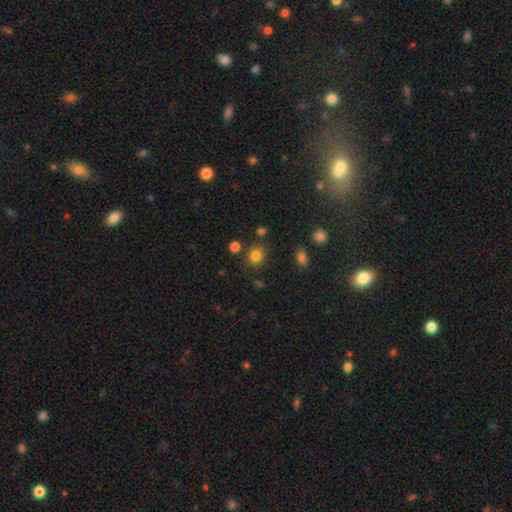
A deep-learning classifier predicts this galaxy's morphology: Smooth or featured? Predicted: smooth (p=0.82). How rounded? Predicted: round (p=0.74). Merging? Predicted: none (p=0.79).